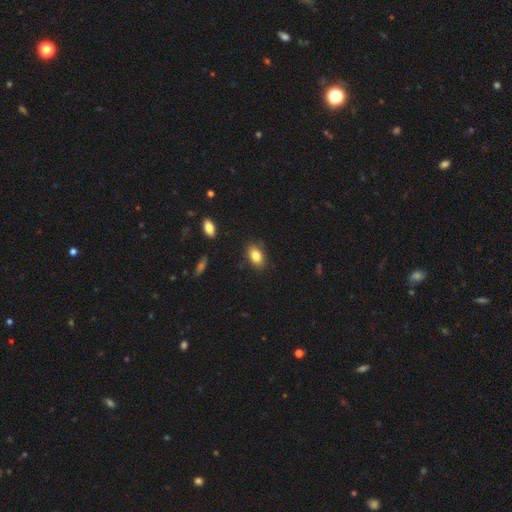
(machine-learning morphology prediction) Smooth or featured?
  - smooth: 83% *
  - star or artifact: 9%
  - featured or disk: 8%
How rounded?
  - in between: 86% *
  - round: 12%
  - cigar-shaped: 2%
Merging?
  - none: 83% *
  - minor disturbance: 13%
  - major disturbance: 3%
  - merger: 2%